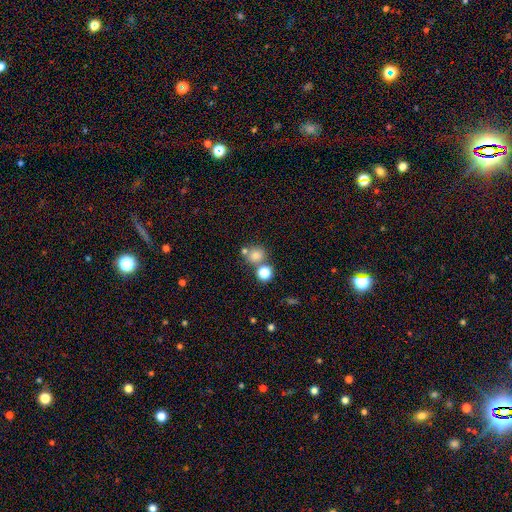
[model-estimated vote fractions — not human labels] A smooth galaxy with no disk features (76%) that is round (81%).

Vote fractions:
- Smooth or featured? smooth: 76% / star or artifact: 16% / featured or disk: 8%
- How rounded? round: 81% / in between: 18% / cigar-shaped: 1%
- Merging? none: 61% / merger: 26% / minor disturbance: 9% / major disturbance: 4%